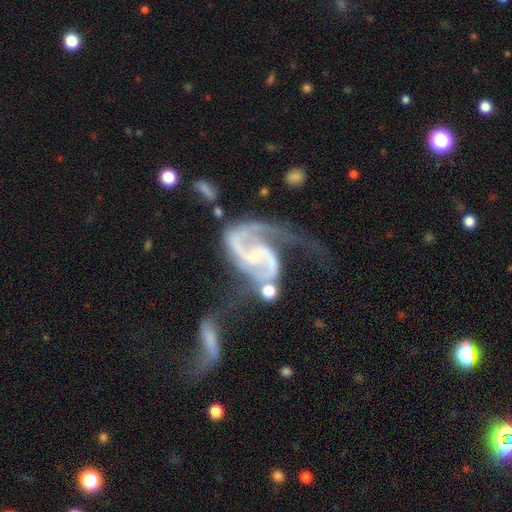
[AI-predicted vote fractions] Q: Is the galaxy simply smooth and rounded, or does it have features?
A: featured or disk — 92%.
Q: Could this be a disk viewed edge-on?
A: no — 98%.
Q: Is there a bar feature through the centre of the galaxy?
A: weak — 43%.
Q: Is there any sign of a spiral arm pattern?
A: yes — 98%.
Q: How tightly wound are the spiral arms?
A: medium — 49%.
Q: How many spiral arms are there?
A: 2 — 89%.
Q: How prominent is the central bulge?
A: small — 63%.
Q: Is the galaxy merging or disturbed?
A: merger — 34%.